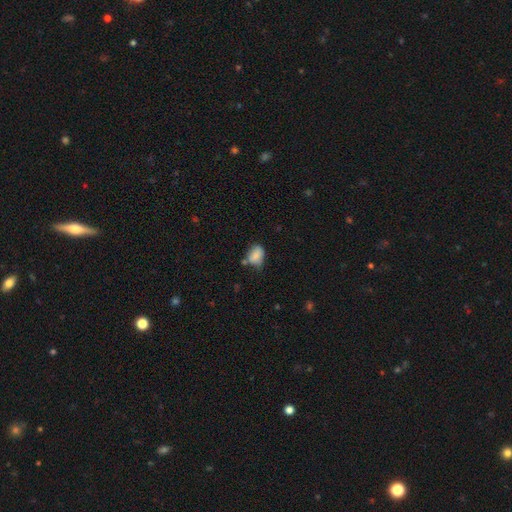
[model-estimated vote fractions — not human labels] smooth_or_featured: smooth (p=0.81) [alt: featured or disk p=0.10]
how_rounded: in between (p=0.77) [alt: round p=0.21]
merging: none (p=0.51) [alt: minor disturbance p=0.30]